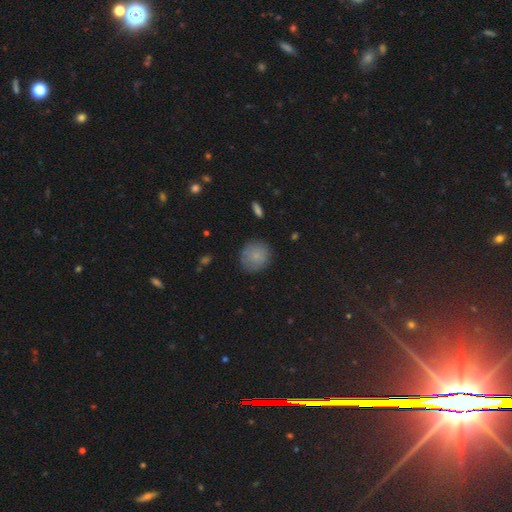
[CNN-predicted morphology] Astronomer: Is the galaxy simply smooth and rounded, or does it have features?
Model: smooth — 80%.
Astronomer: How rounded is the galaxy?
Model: round — 88%.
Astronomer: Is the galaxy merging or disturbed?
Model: none — 81%.